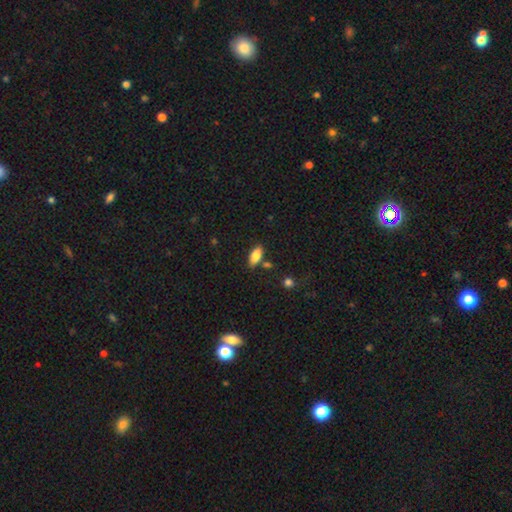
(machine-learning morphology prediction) smooth-or-featured: smooth: 83% | featured or disk: 10% | star or artifact: 7%
  how-rounded: in between: 87% | cigar-shaped: 11% | round: 2%
  merging: none: 77% | minor disturbance: 13% | merger: 7% | major disturbance: 3%